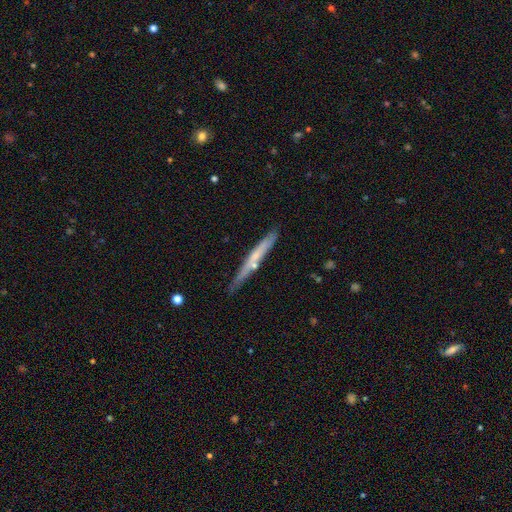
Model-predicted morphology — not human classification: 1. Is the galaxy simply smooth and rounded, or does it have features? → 48% featured or disk, 46% smooth, 6% star or artifact.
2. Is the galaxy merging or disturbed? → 76% none, 15% minor disturbance, 6% merger, 3% major disturbance.